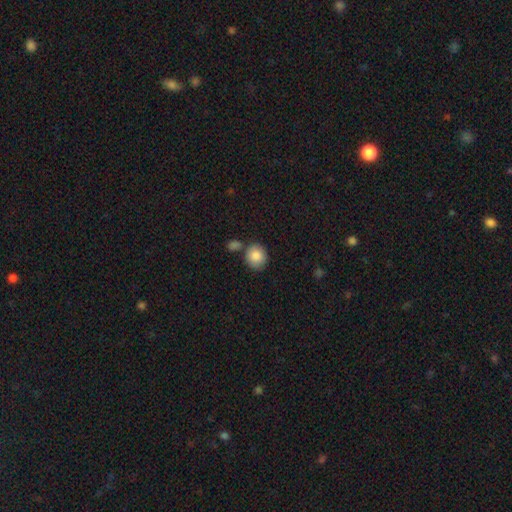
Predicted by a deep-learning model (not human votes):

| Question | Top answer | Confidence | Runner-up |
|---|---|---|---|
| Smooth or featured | smooth | 87% | star or artifact (7%) |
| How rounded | round | 74% | in between (25%) |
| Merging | none | 68% | merger (16%) |